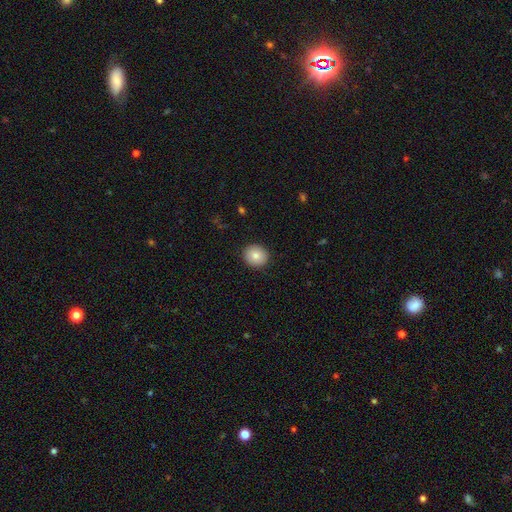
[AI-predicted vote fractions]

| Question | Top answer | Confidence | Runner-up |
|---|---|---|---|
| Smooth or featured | smooth | 83% | featured or disk (9%) |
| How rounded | round | 85% | in between (14%) |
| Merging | none | 91% | minor disturbance (6%) |